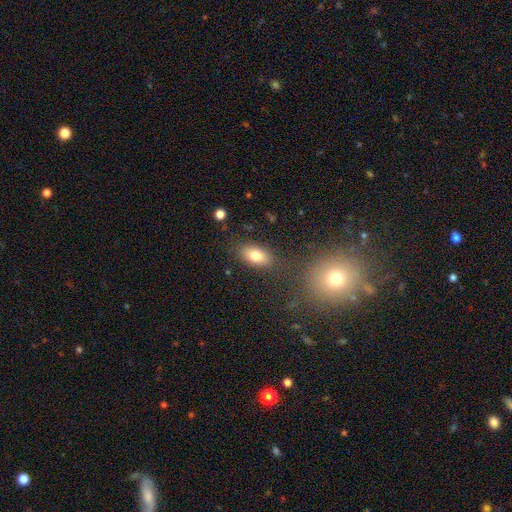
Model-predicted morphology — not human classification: Smooth or featured: smooth — 79% (featured or disk — 12%)
How rounded: in between — 89% (round — 7%)
Merging: none — 81% (minor disturbance — 11%)